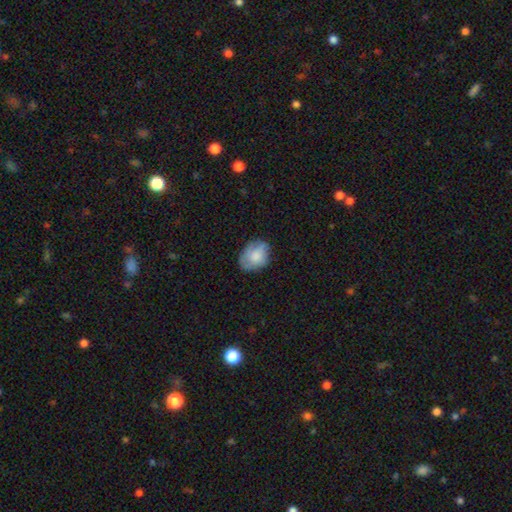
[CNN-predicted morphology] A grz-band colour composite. It shows a smooth galaxy with no disk features (71%) that is in between round and cigar-shaped (60%). Merging: none (63%).